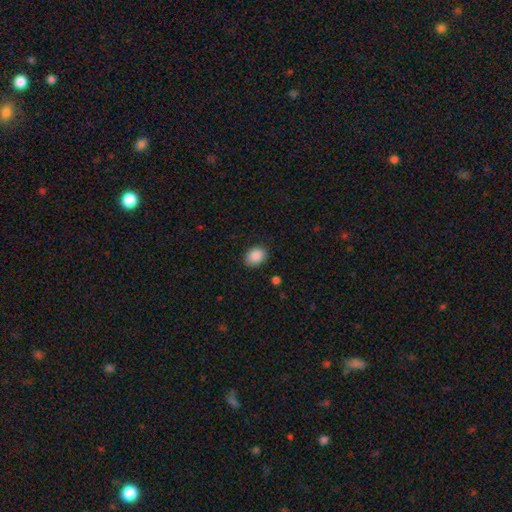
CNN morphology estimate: Q: Smooth or featured?
A: smooth (89%); runner-up: star or artifact (8%)
Q: How rounded?
A: in between (66%); runner-up: round (33%)
Q: Merging?
A: none (85%); runner-up: minor disturbance (12%)